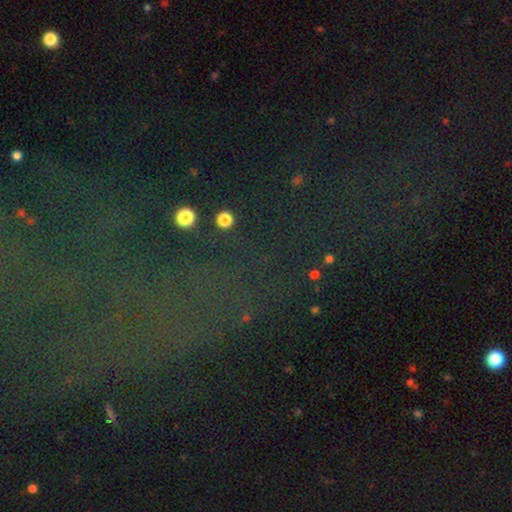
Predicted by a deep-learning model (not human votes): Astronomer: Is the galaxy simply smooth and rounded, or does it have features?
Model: star or artifact — 70%.